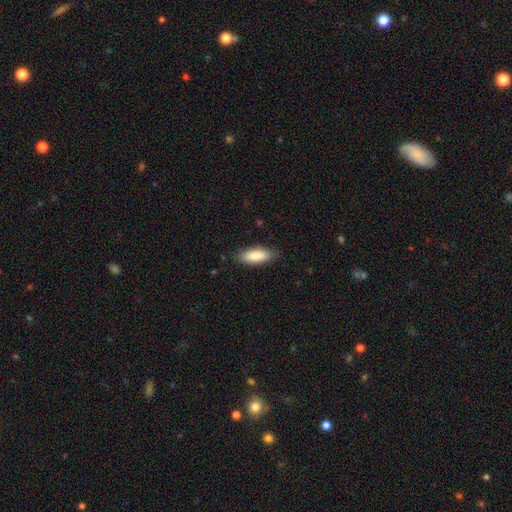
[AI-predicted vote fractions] Smooth or featured?
  - smooth: 86% *
  - featured or disk: 8%
  - star or artifact: 6%
How rounded?
  - in between: 71% *
  - cigar-shaped: 27%
  - round: 2%
Merging?
  - none: 85% *
  - minor disturbance: 12%
  - major disturbance: 2%
  - merger: 1%